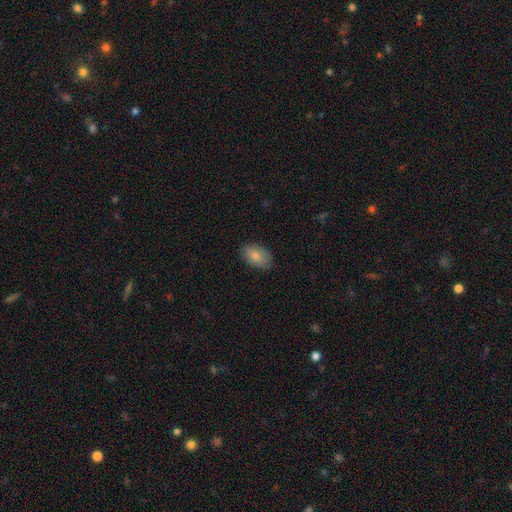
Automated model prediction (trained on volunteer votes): This is clearly a smooth galaxy (85%). How rounded: clearly in between (92%). Merging: clearly none (83%).